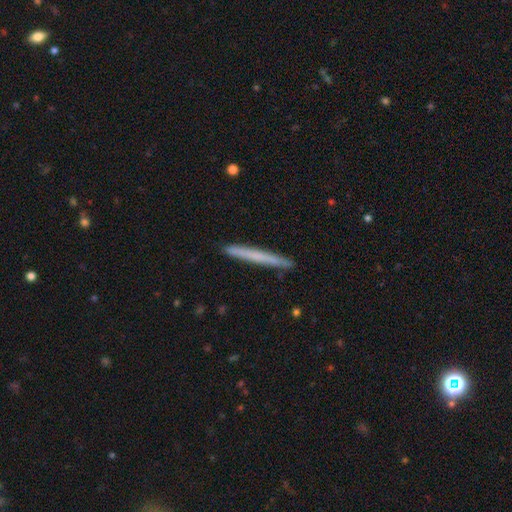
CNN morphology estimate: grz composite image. It shows a smooth galaxy with no disk features (58%) that is cigar-shaped (97%). Merging: none (91%).